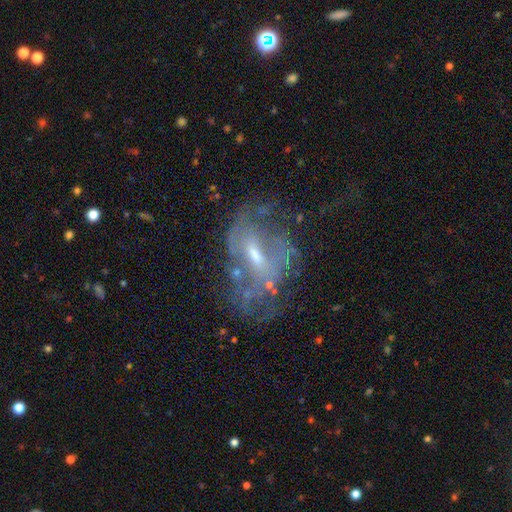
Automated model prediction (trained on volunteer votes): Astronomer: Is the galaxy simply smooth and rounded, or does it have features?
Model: featured or disk — 74%.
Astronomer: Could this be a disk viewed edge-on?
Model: no — 95%.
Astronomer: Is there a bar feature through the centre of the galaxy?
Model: weak — 51% (runner-up: no, 30%).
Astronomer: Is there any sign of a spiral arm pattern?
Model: yes — 63%.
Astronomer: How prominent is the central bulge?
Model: small — 46% (runner-up: moderate, 43%).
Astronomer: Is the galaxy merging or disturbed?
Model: none — 45% (runner-up: major disturbance, 28%).